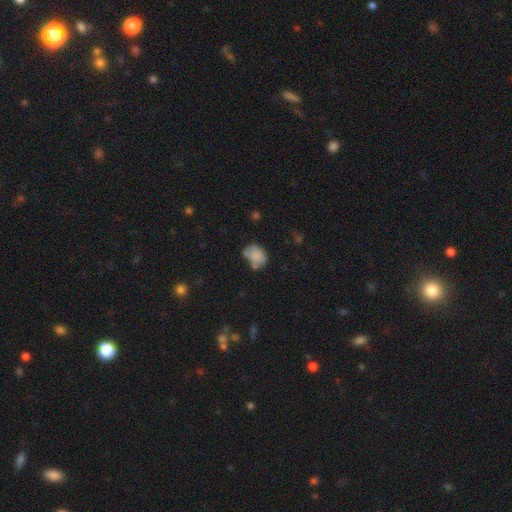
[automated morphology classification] This appears to be a smooth galaxy with no disk features (77%) that is in between round and cigar-shaped (59%). Merging: none (44%).